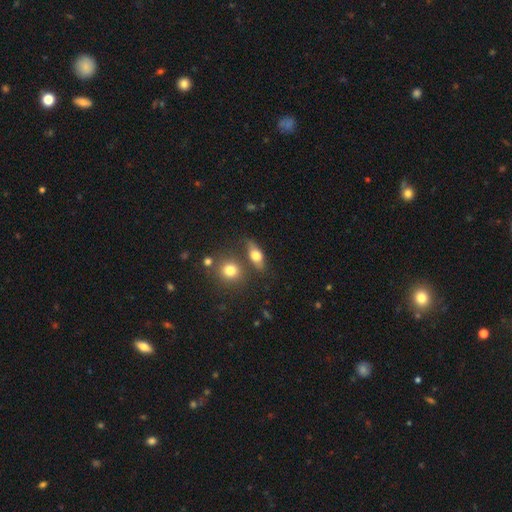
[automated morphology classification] smooth 65%, featured or disk 26%, star or artifact 9%. Down the decision tree: how rounded — in between (68%); merging — none (68%).